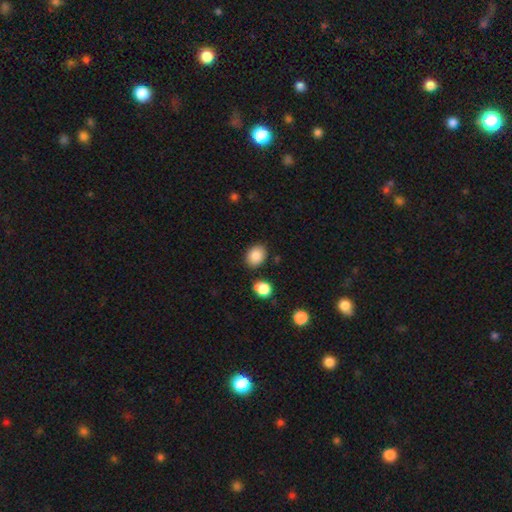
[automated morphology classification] The model was most divided on "how rounded": in between: 59%, round: 40%, cigar-shaped: 1%. More confident: smooth or featured — smooth (86%); merging — none (83%).